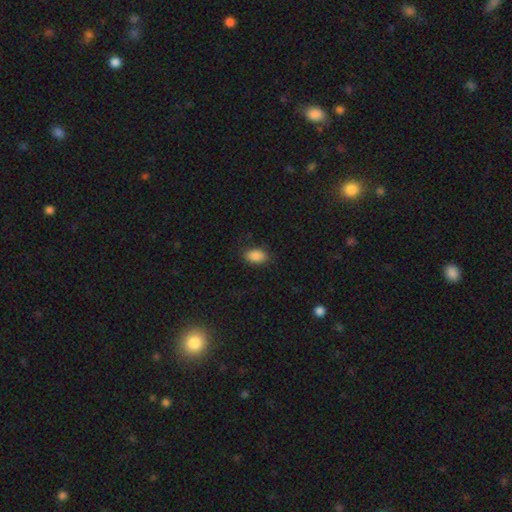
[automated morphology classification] Q: Smooth or featured?
A: smooth (87%); runner-up: star or artifact (9%)
Q: How rounded?
A: in between (89%); runner-up: round (10%)
Q: Merging?
A: none (82%); runner-up: minor disturbance (13%)